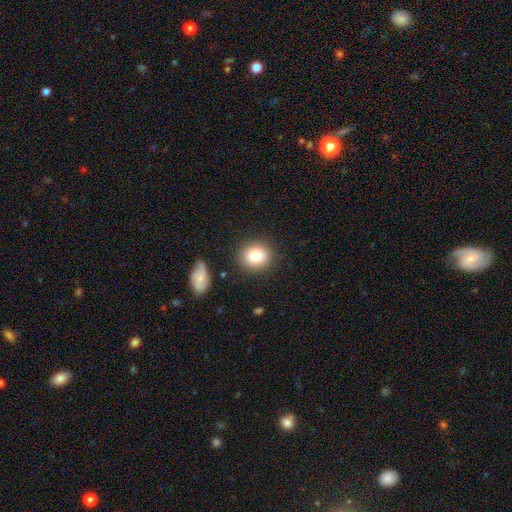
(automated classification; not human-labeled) Q: Smooth or featured?
A: smooth (82%); runner-up: star or artifact (9%)
Q: How rounded?
A: round (78%); runner-up: in between (21%)
Q: Merging?
A: none (86%); runner-up: minor disturbance (9%)